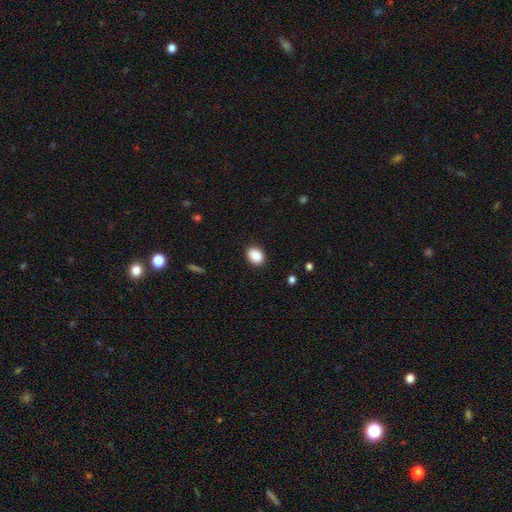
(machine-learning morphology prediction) Overall: smooth (89%). How rounded: in between (60%; round 39%). Merging: none (88%).